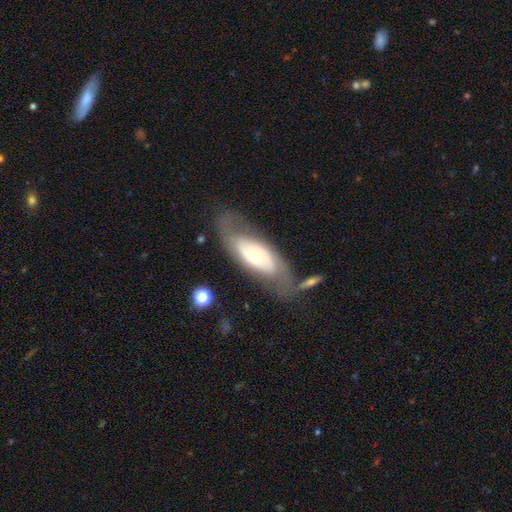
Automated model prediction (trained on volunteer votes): Smooth or featured?
  - featured or disk: 64% *
  - smooth: 30%
  - star or artifact: 6%
Edge-on disk?
  - no: 85% *
  - yes: 15%
Bar?
  - no: 75% *
  - weak: 17%
  - strong: 8%
Spiral arms?
  - yes: 60% *
  - no: 40%
Bulge size?
  - moderate: 58% *
  - small: 32%
  - large: 7%
  - dominant: 2%
  - none: 1%
Merging?
  - none: 63% *
  - minor disturbance: 19%
  - major disturbance: 13%
  - merger: 5%